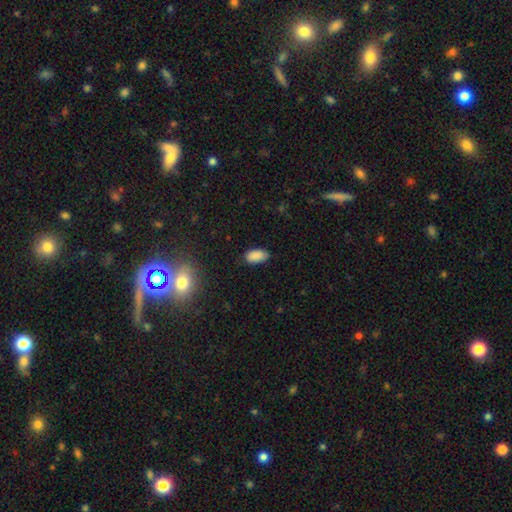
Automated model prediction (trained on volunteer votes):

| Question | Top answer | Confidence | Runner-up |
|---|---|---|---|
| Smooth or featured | smooth | 88% | star or artifact (8%) |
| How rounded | in between | 94% | round (3%) |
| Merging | none | 80% | minor disturbance (16%) |